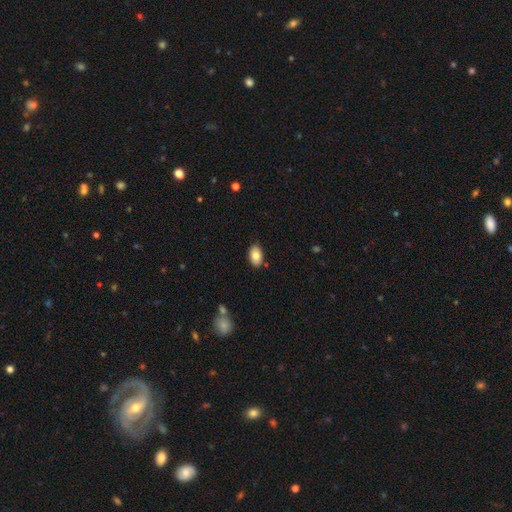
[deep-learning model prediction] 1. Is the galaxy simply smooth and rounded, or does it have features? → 82% smooth, 11% featured or disk, 7% star or artifact.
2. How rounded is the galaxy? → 91% in between, 7% round, 1% cigar-shaped.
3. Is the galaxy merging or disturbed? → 84% none, 11% minor disturbance, 2% merger, 2% major disturbance.